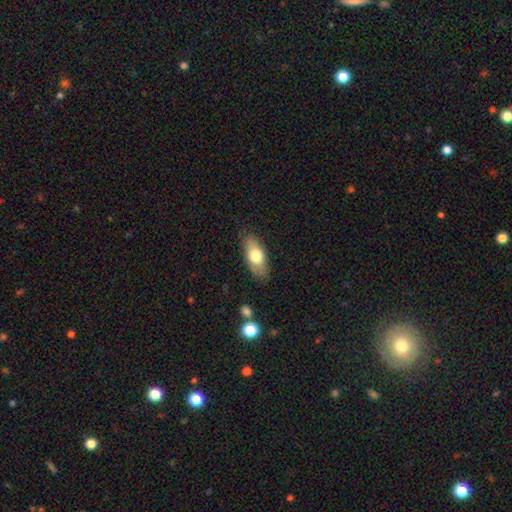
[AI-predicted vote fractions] Overall: smooth (69%). How rounded: in between (83%). Merging: none (81%).